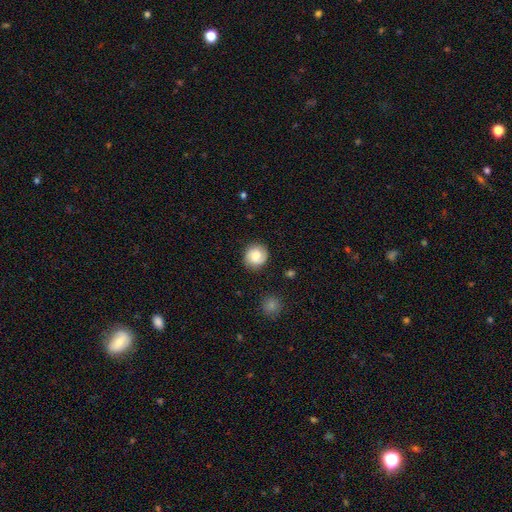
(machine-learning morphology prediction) Smooth or featured: smooth — 58% (featured or disk — 33%)
How rounded: round — 86% (in between — 13%)
Merging: none — 84% (minor disturbance — 11%)